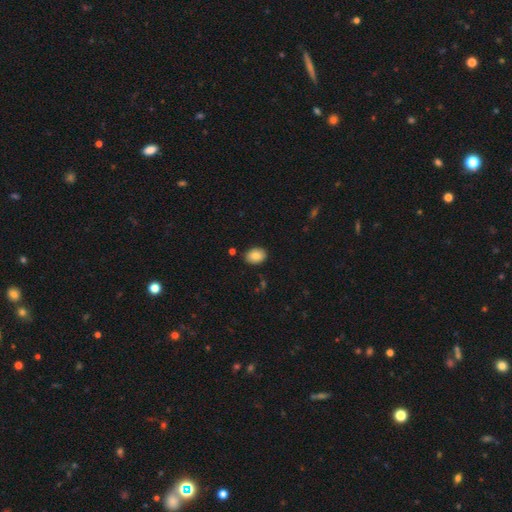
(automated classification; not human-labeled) smooth_or_featured: smooth (p=0.86) [alt: star or artifact p=0.08]
how_rounded: in between (p=0.75) [alt: round p=0.24]
merging: none (p=0.88) [alt: minor disturbance p=0.09]